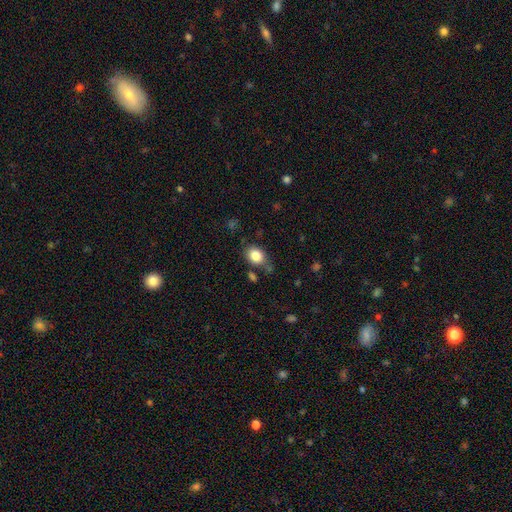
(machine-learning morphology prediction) A smooth galaxy with no disk features (84%) that is in between round and cigar-shaped (56%).

Vote fractions:
- Smooth or featured? smooth: 84% / star or artifact: 9% / featured or disk: 7%
- How rounded? in between: 56% / round: 42% / cigar-shaped: 1%
- Merging? none: 71% / minor disturbance: 18% / merger: 5% / major disturbance: 5%